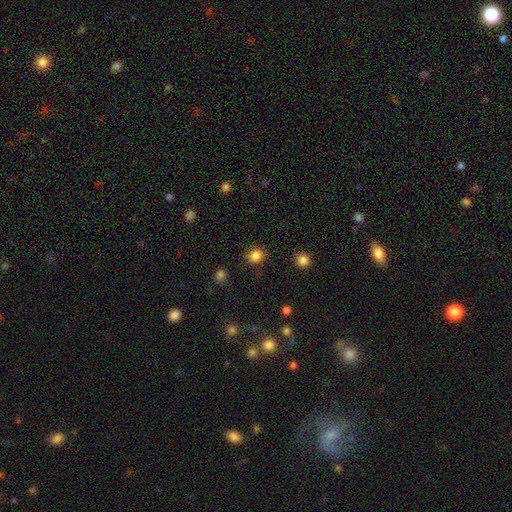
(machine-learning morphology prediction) This is clearly a smooth galaxy (85%). How rounded: likely round (79%). Merging: clearly none (90%).